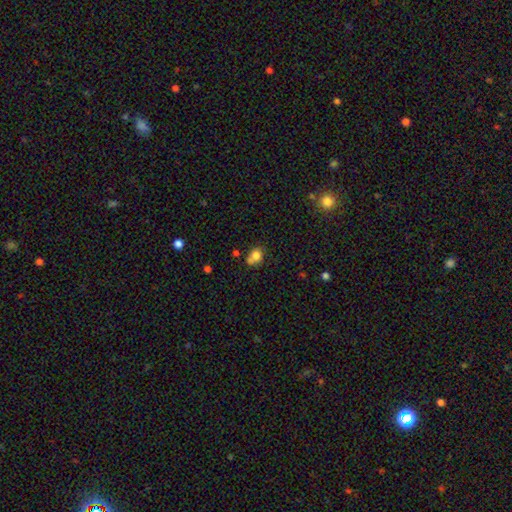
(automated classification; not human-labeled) Smooth or featured?
  - smooth: 78% *
  - star or artifact: 12%
  - featured or disk: 11%
How rounded?
  - round: 54% *
  - in between: 45%
  - cigar-shaped: 1%
Merging?
  - none: 44% *
  - minor disturbance: 24%
  - merger: 23%
  - major disturbance: 9%